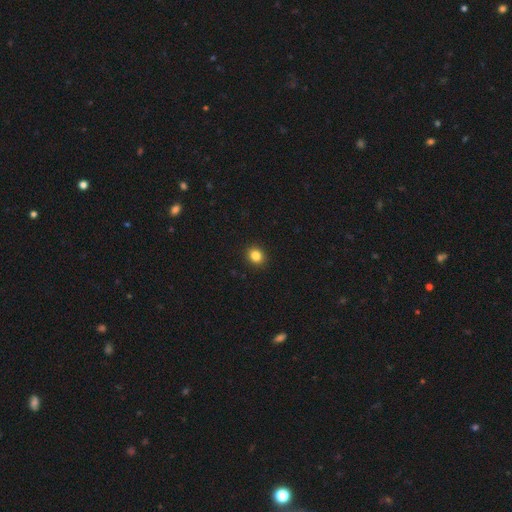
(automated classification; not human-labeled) This appears to be a smooth galaxy with no disk features (84%) that is round (79%). Merging: none (93%).